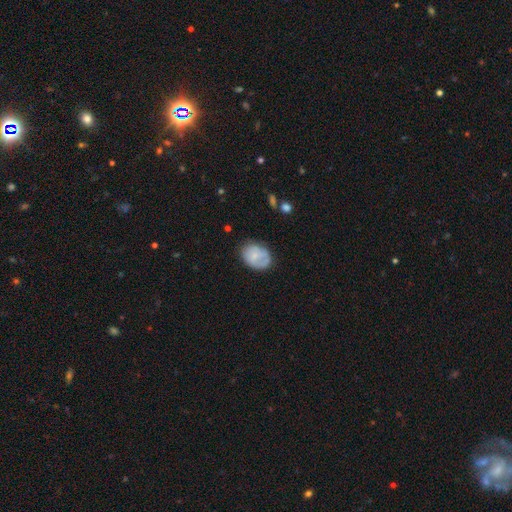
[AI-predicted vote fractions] smooth_or_featured: smooth (p=0.64) [alt: featured or disk p=0.29]
how_rounded: in between (p=0.64) [alt: round p=0.35]
merging: none (p=0.61) [alt: minor disturbance p=0.27]